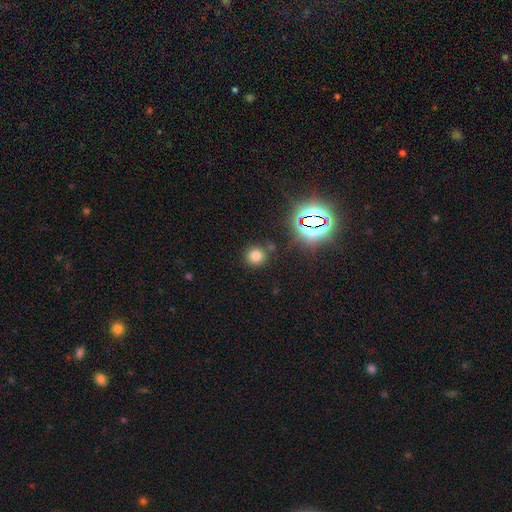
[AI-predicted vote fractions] A smooth galaxy with no disk features (73%) that is round (92%). Merging: none (82%).